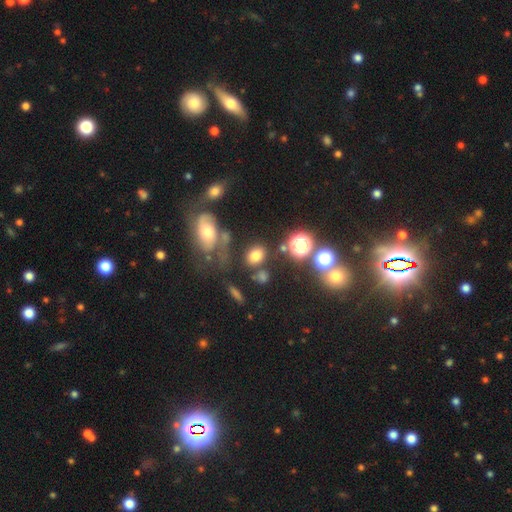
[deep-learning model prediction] Overall: smooth (73%). How rounded: in between (62%; round 36%). Merging: none (69%).